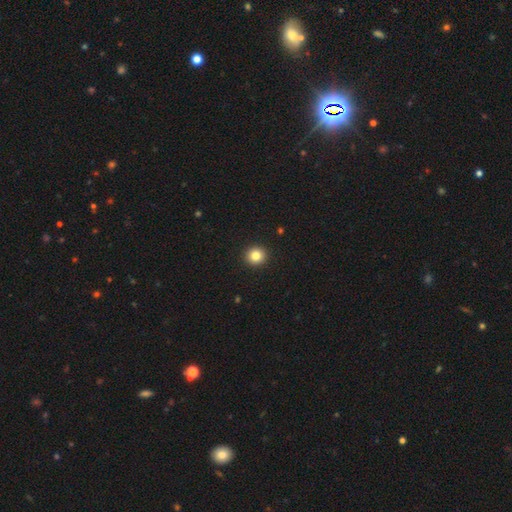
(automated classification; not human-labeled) The model was most divided on "smooth or featured": smooth: 83%, star or artifact: 11%, featured or disk: 6%. More confident: merging — none (93%); how rounded — round (91%).